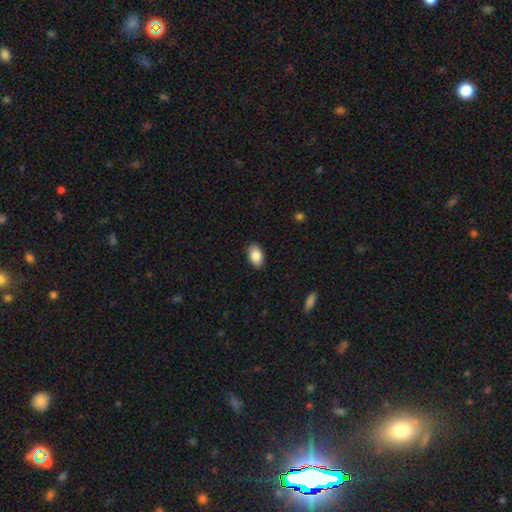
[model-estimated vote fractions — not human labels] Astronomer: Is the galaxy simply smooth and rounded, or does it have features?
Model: smooth — 86%.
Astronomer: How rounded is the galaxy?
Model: in between — 92%.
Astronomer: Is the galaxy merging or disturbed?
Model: none — 88%.